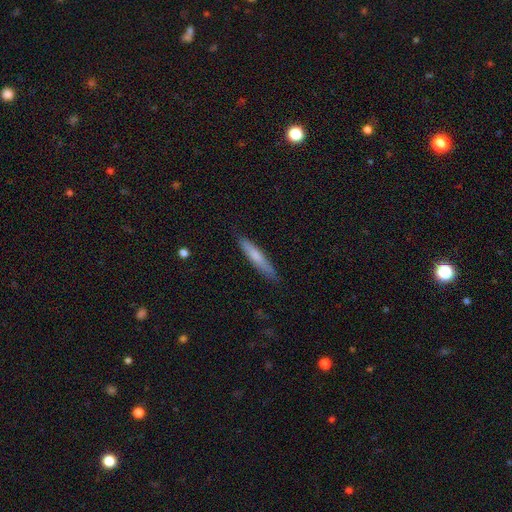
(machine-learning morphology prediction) type=smooth (69%); roundness=cigar-shaped (92%); merging=none (87%).